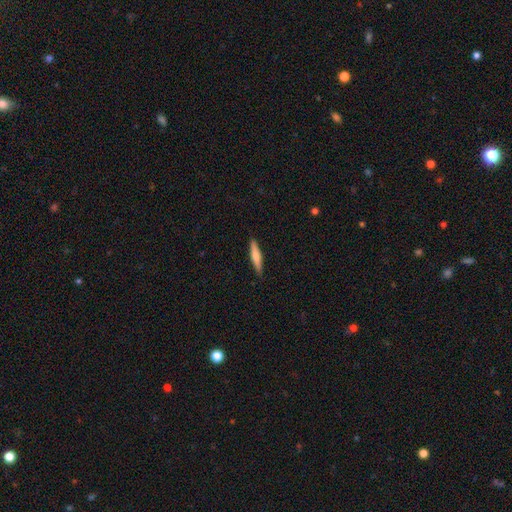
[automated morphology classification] Overall: smooth (62%; featured or disk 33%). How rounded: cigar-shaped (88%). Merging: none (89%).